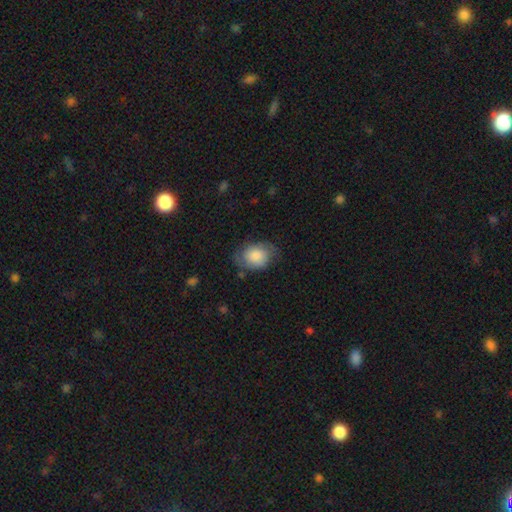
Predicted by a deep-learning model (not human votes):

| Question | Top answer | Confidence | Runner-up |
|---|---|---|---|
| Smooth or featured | smooth | 62% | featured or disk (30%) |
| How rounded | in between | 64% | round (35%) |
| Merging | none | 62% | minor disturbance (26%) |